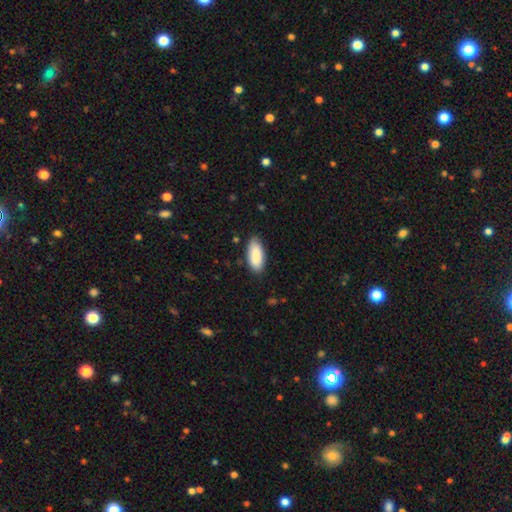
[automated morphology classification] smooth_or_featured: smooth (p=0.89) [alt: star or artifact p=0.06]
how_rounded: in between (p=0.88) [alt: cigar-shaped p=0.10]
merging: none (p=0.84) [alt: minor disturbance p=0.12]